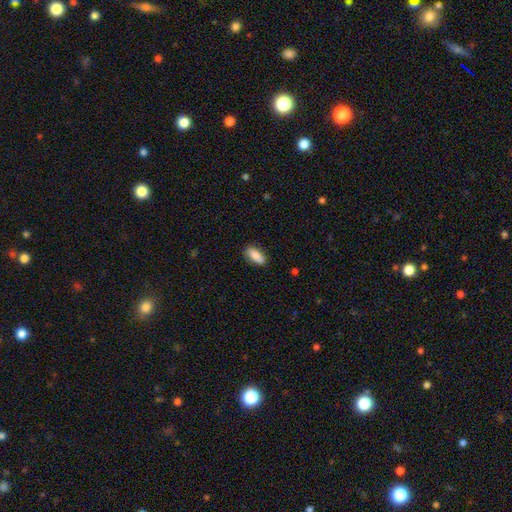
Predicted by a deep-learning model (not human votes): Smooth or featured: smooth — 84% (featured or disk — 10%)
How rounded: in between — 80% (cigar-shaped — 18%)
Merging: none — 84% (minor disturbance — 12%)